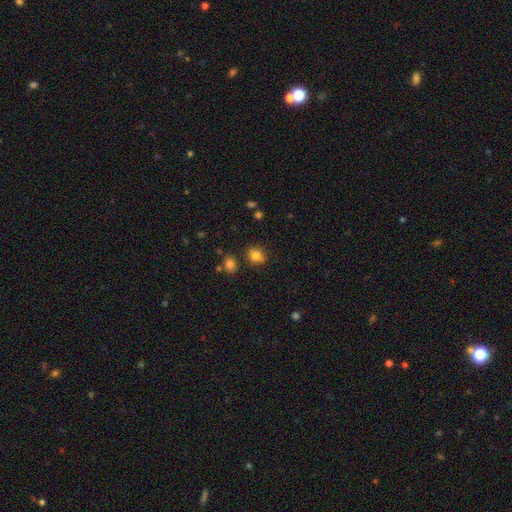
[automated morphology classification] smooth_or_featured: smooth (p=0.81) [alt: star or artifact p=0.12]
how_rounded: round (p=0.79) [alt: in between p=0.20]
merging: none (p=0.79) [alt: minor disturbance p=0.12]